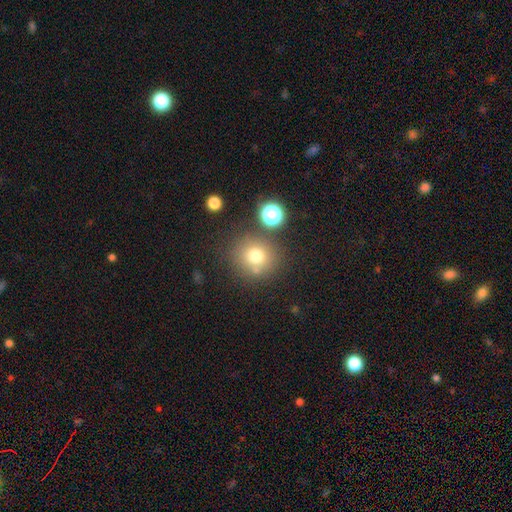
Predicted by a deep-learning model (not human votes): Smooth or featured: smooth — 73% (star or artifact — 16%)
How rounded: round — 89% (in between — 10%)
Merging: none — 75% (minor disturbance — 11%)